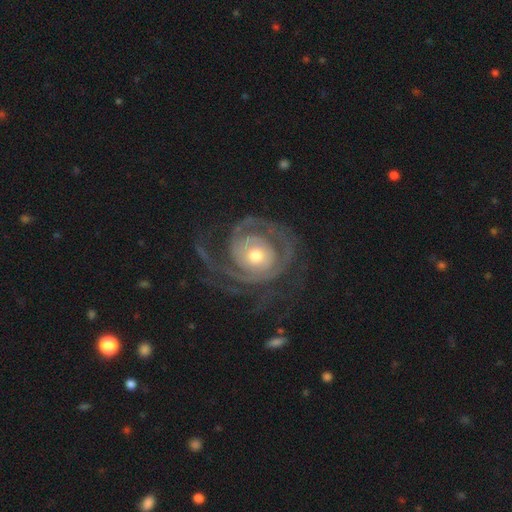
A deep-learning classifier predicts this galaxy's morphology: Smooth or featured? featured or disk (89%)
Edge-on disk? no (98%)
Bar? no (78%)
Spiral arms? yes (95%)
Spiral winding? tight (66%)
Spiral arm count? 2 (37%)
Bulge size? moderate (62%)
Merging? none (62%)